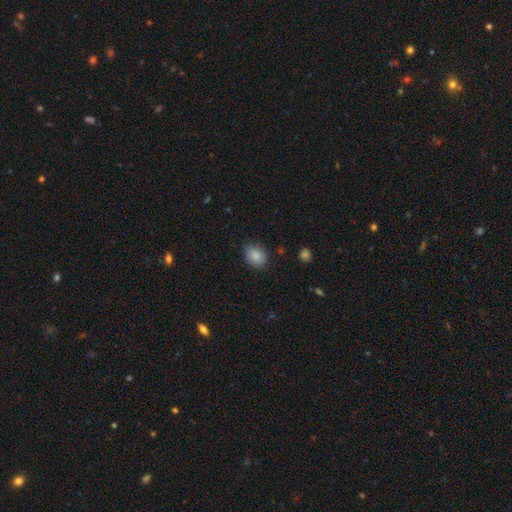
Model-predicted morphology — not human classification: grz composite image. It shows a smooth galaxy with no disk features (86%) that is in between round and cigar-shaped (61%). Merging: none (74%).